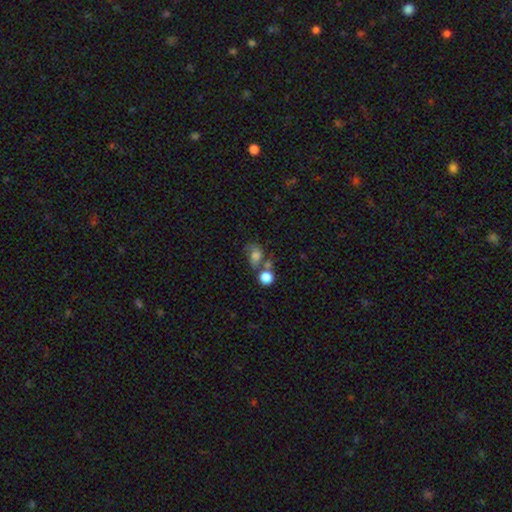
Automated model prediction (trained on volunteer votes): smooth_or_featured: smooth (p=0.61) [alt: featured or disk p=0.25]
how_rounded: in between (p=0.54) [alt: round p=0.45]
merging: none (p=0.33) [alt: merger p=0.29]